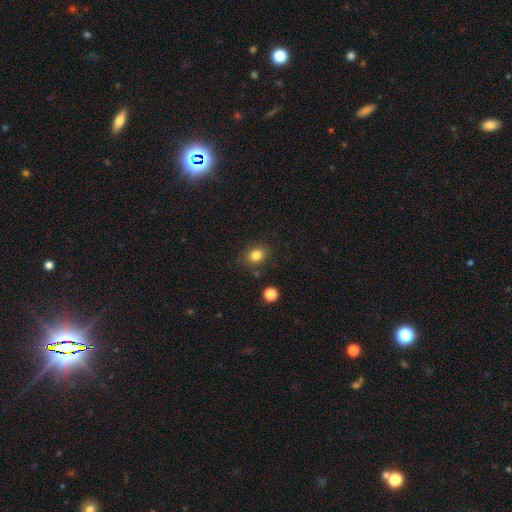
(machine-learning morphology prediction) Smooth or featured: smooth — 82% (star or artifact — 12%)
How rounded: round — 57% (in between — 42%)
Merging: none — 81% (minor disturbance — 12%)